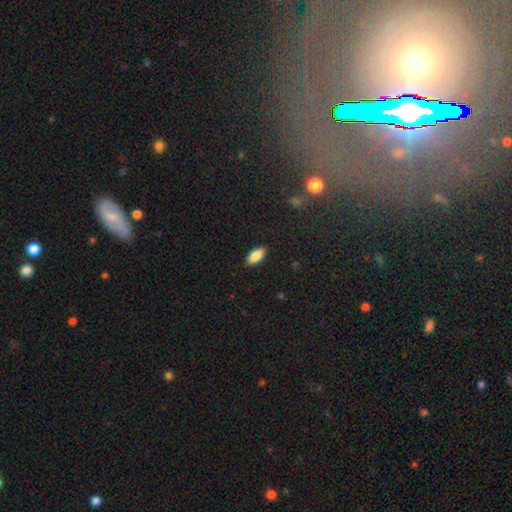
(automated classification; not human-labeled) Morphology: type=smooth (81%); roundness=in between (85%); merging=none (88%).